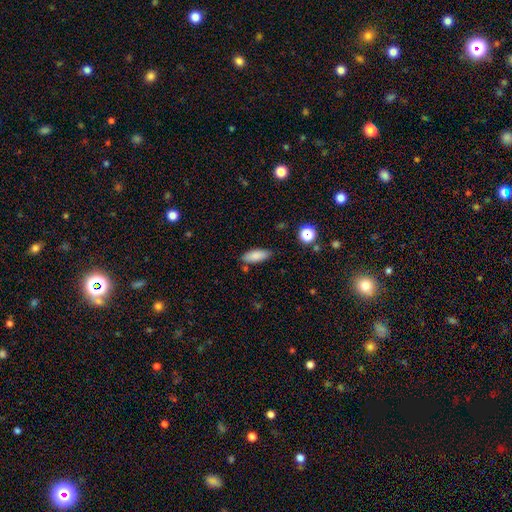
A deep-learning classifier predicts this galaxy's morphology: This appears to be a smooth galaxy with no disk features (85%) that is in between round and cigar-shaped (76%). Merging: none (82%).